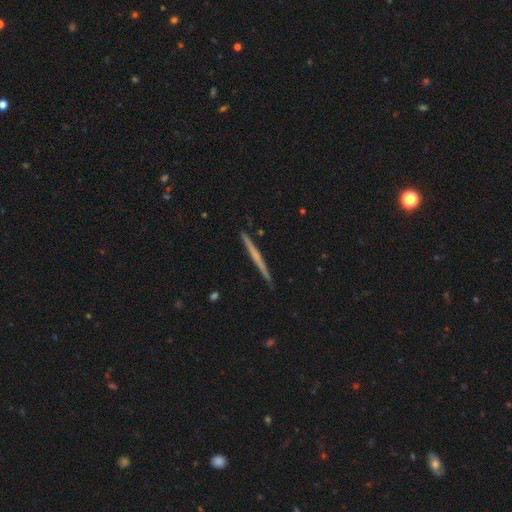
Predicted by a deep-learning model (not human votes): This is possibly a featured or disk galaxy (58%). It is clearly viewed edge-on (98%). Edge-on bulge: likely none (79%). Merging: clearly none (92%).